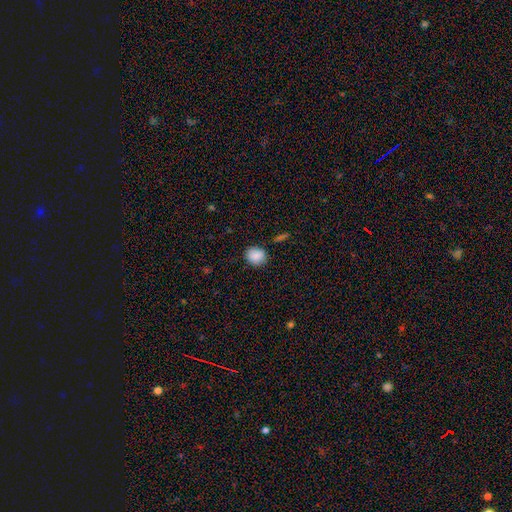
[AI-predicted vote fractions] smooth-or-featured: smooth: 88% | star or artifact: 8% | featured or disk: 4%
  how-rounded: round: 67% | in between: 32% | cigar-shaped: 1%
  merging: none: 83% | minor disturbance: 12% | major disturbance: 3% | merger: 3%